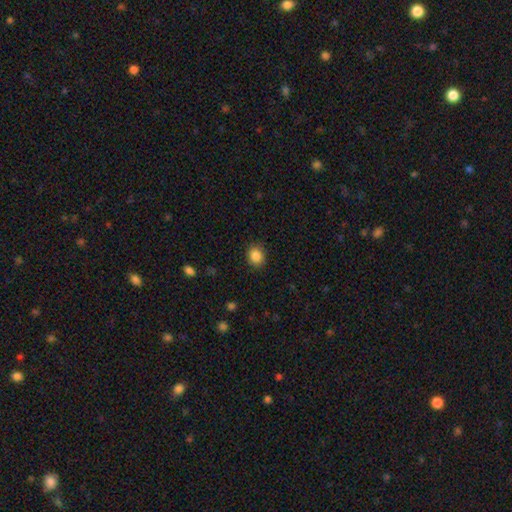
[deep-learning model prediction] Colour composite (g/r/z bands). It shows a smooth galaxy with no disk features (86%) that is round (73%). Merging: none (88%).